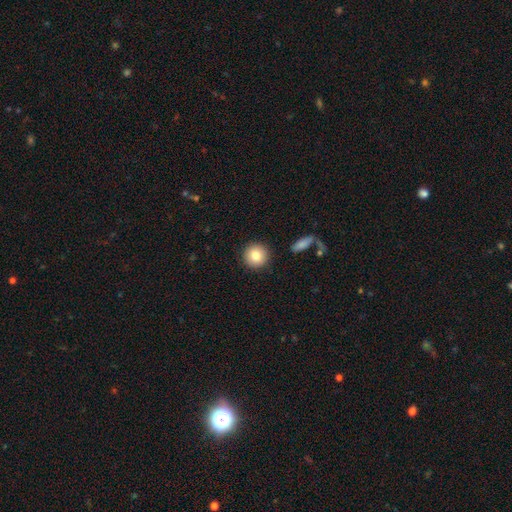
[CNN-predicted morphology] This is clearly a smooth galaxy (82%). How rounded: clearly round (94%). Merging: clearly none (91%).